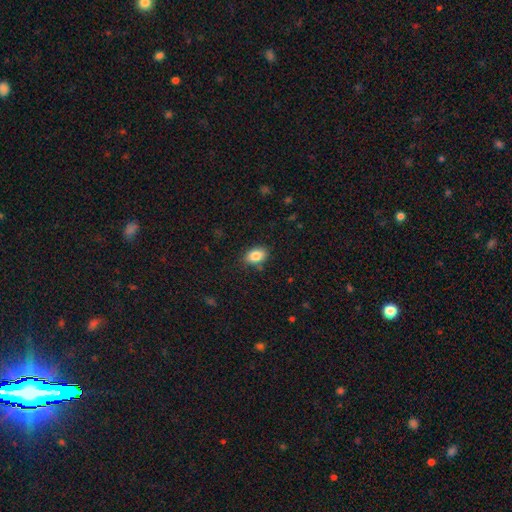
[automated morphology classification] Smooth or featured: smooth — 85% (star or artifact — 8%)
How rounded: in between — 86% (round — 13%)
Merging: none — 81% (minor disturbance — 14%)